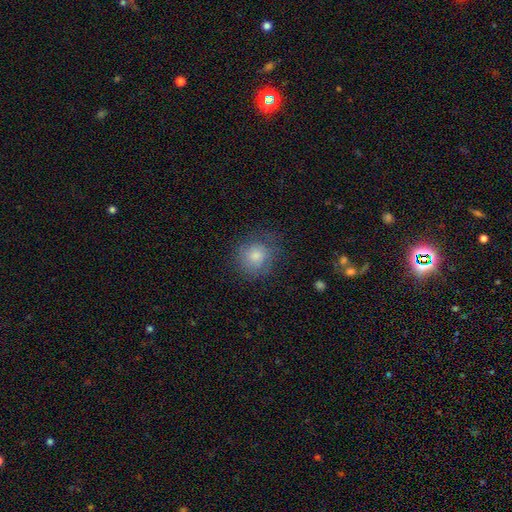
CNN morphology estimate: smooth_or_featured: smooth (p=0.73) [alt: featured or disk p=0.15]
how_rounded: round (p=0.86) [alt: in between p=0.13]
merging: none (p=0.73) [alt: minor disturbance p=0.18]